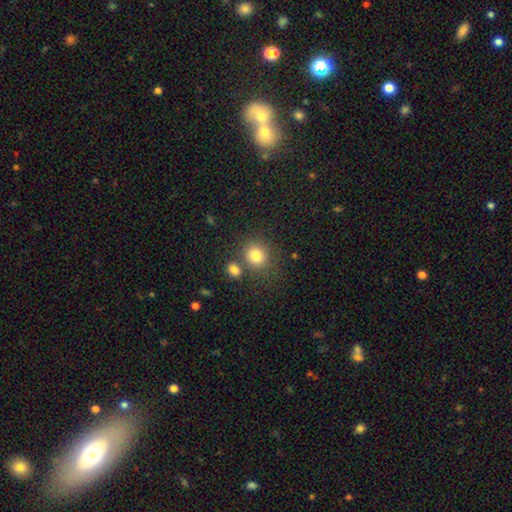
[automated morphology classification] Q: Smooth or featured?
A: smooth (80%); runner-up: star or artifact (12%)
Q: How rounded?
A: round (75%); runner-up: in between (24%)
Q: Merging?
A: none (69%); runner-up: merger (17%)